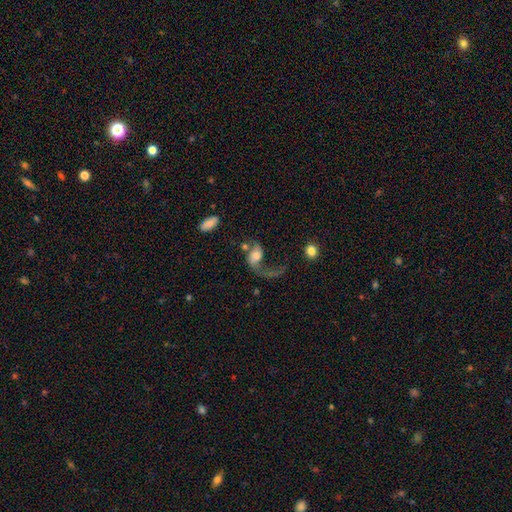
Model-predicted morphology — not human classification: featured or disk 64%, smooth 27%, star or artifact 8%. Down the decision tree: edge-on disk — no (96%); bar — no (64%); spiral arms — yes (84%); spiral arm count — 2 (56%); spiral winding — loose (85%); bulge size — moderate (47%); merging — major disturbance (44%).